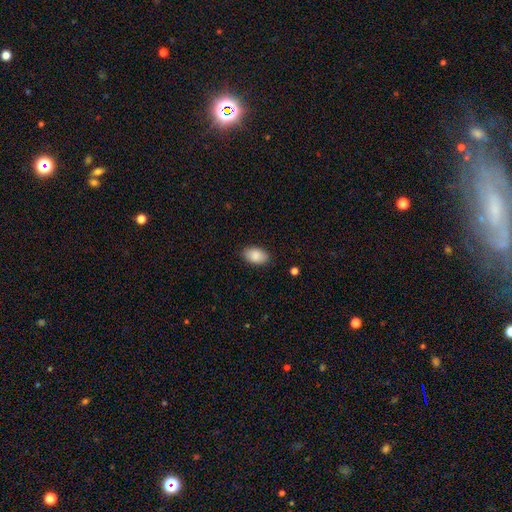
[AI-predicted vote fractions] This is clearly a smooth galaxy (89%). How rounded: clearly in between (93%). Merging: clearly none (87%).